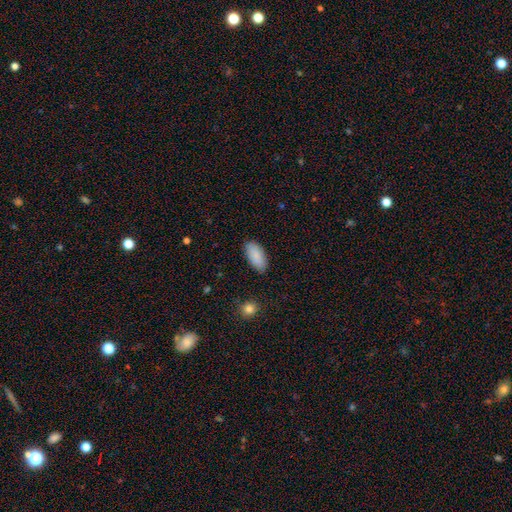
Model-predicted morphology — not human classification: smooth 89%, star or artifact 6%, featured or disk 5%. Down the decision tree: how rounded — in between (90%); merging — none (86%).